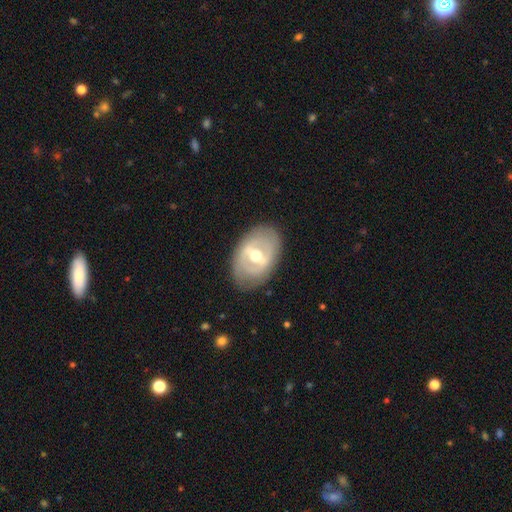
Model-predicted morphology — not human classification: This appears to be a featured or disk galaxy (73%) with a strong bar (54%), no spiral arms (59%) and a moderate central bulge (75%). Merging: none (81%).